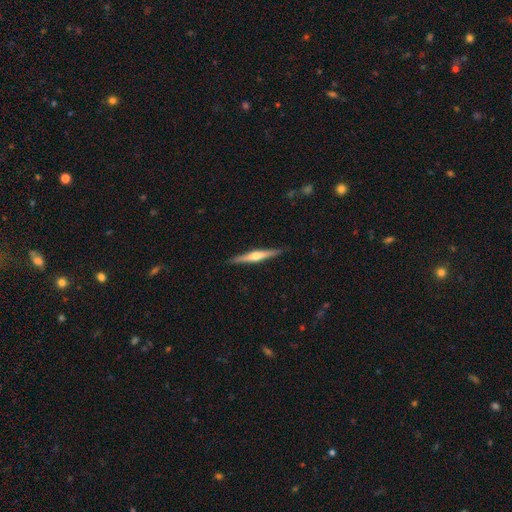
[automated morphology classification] type=featured or disk (65%); edge-on=yes (98%); edge-on bulge=rounded (87%); merging=none (90%).